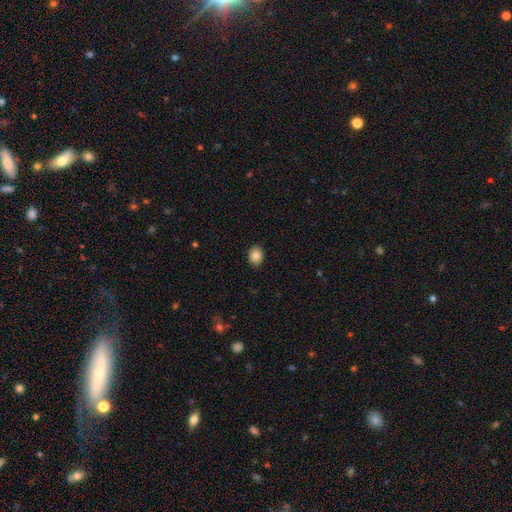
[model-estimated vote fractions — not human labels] The model was most divided on "how rounded": in between: 54%, round: 45%, cigar-shaped: 1%. More confident: merging — none (90%); smooth or featured — smooth (84%).